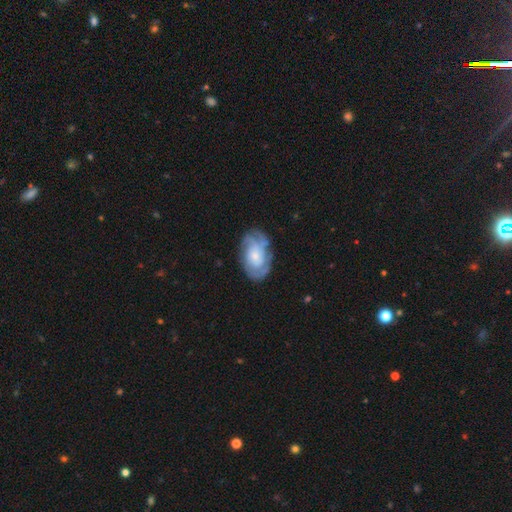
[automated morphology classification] Q: Smooth or featured?
A: featured or disk (71%); runner-up: smooth (22%)
Q: Edge-on disk?
A: no (96%); runner-up: yes (4%)
Q: Bar?
A: no (75%); runner-up: weak (21%)
Q: Spiral arms?
A: yes (89%); runner-up: no (11%)
Q: Spiral winding?
A: tight (57%); runner-up: medium (33%)
Q: Spiral arm count?
A: can't tell (42%); runner-up: 3 (19%)
Q: Bulge size?
A: small (53%); runner-up: moderate (34%)
Q: Merging?
A: none (70%); runner-up: minor disturbance (20%)